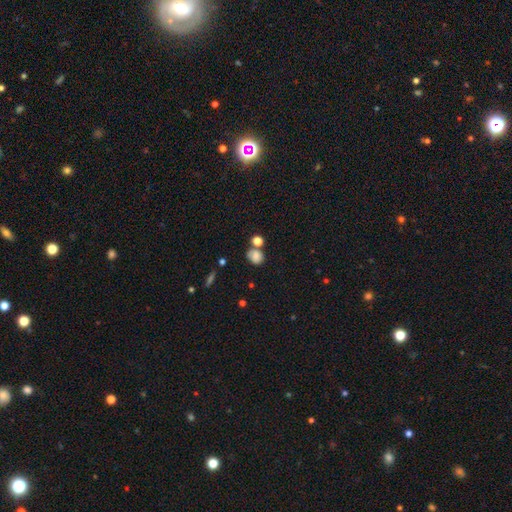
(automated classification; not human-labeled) smooth_or_featured: smooth (p=0.78) [alt: star or artifact p=0.12]
how_rounded: round (p=0.55) [alt: in between p=0.43]
merging: none (p=0.50) [alt: merger p=0.29]